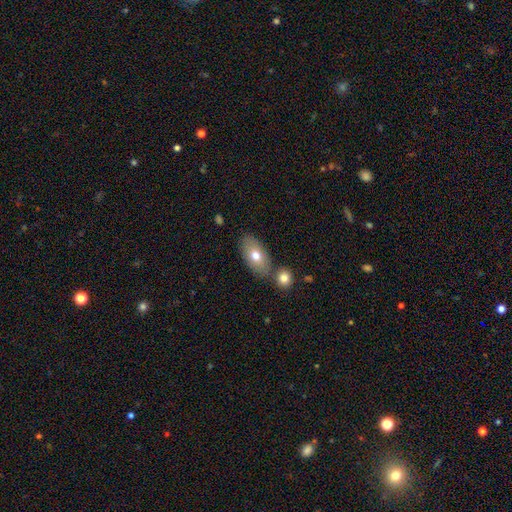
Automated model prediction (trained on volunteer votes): Q: Smooth or featured?
A: smooth (70%); runner-up: featured or disk (22%)
Q: How rounded?
A: in between (91%); runner-up: round (6%)
Q: Merging?
A: none (67%); runner-up: merger (18%)